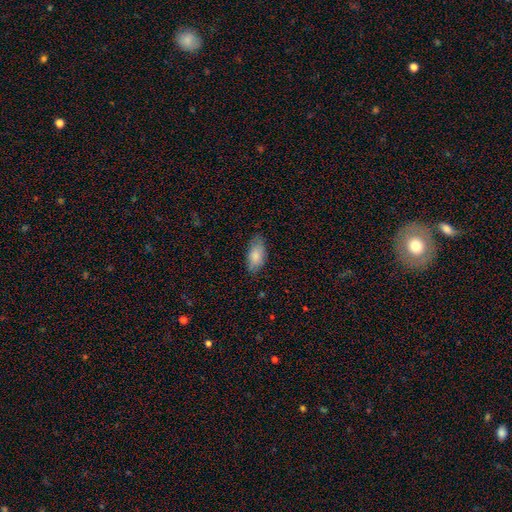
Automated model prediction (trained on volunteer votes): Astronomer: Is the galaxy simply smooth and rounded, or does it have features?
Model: smooth — 83%.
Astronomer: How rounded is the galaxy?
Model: in between — 91%.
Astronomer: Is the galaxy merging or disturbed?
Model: none — 77%.